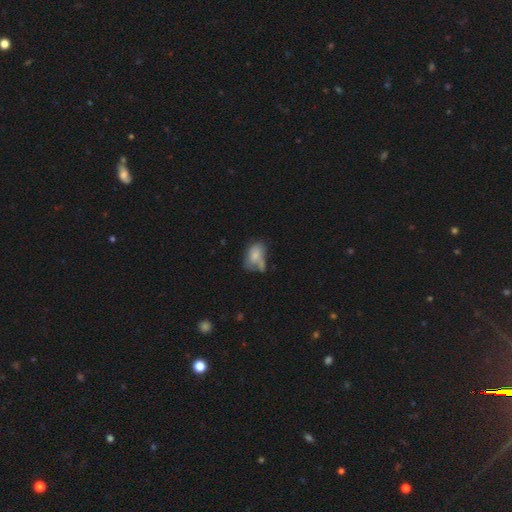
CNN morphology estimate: Smooth or featured: smooth — 70% (featured or disk — 20%)
How rounded: in between — 83% (round — 16%)
Merging: none — 29% (merger — 26%)